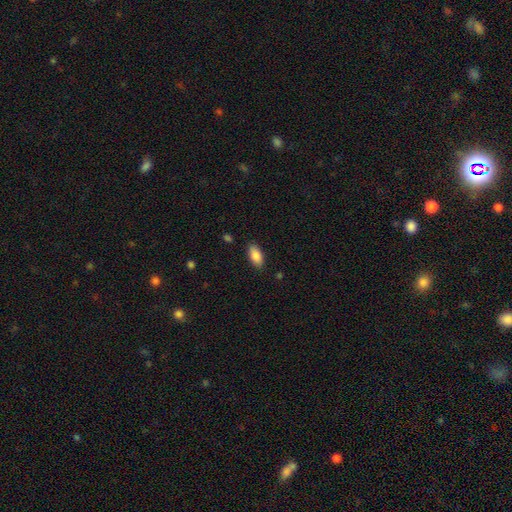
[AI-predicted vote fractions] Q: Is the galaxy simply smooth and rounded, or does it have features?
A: smooth — 87%.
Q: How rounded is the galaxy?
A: in between — 91%.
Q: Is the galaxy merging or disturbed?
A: none — 87%.